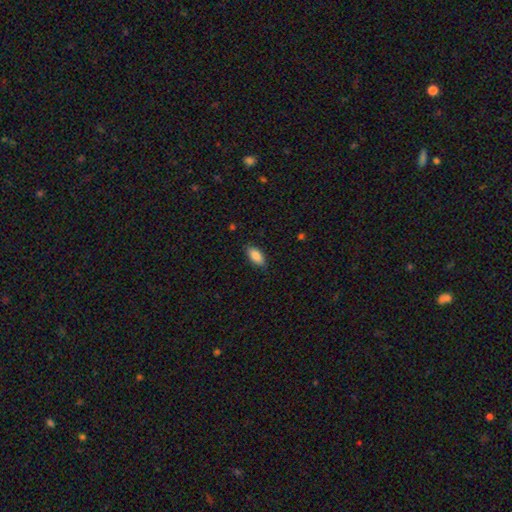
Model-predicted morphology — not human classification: Smooth or featured? smooth (87%)
How rounded? in between (89%)
Merging? none (85%)